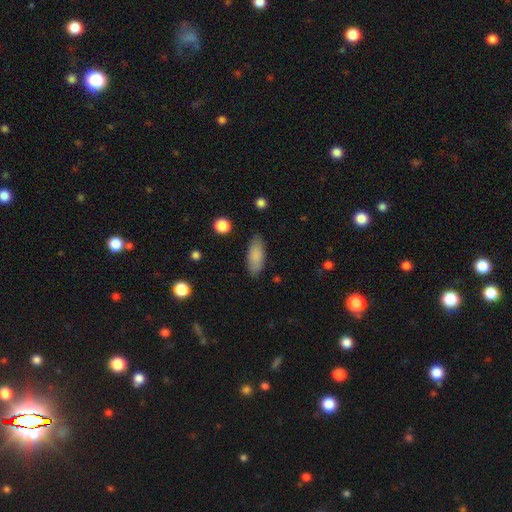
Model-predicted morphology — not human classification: A smooth galaxy with no disk features (85%) that is in between round and cigar-shaped (82%).

Vote fractions:
- Smooth or featured? smooth: 85% / featured or disk: 9% / star or artifact: 7%
- How rounded? in between: 82% / cigar-shaped: 16% / round: 2%
- Merging? none: 83% / minor disturbance: 12% / major disturbance: 3% / merger: 1%